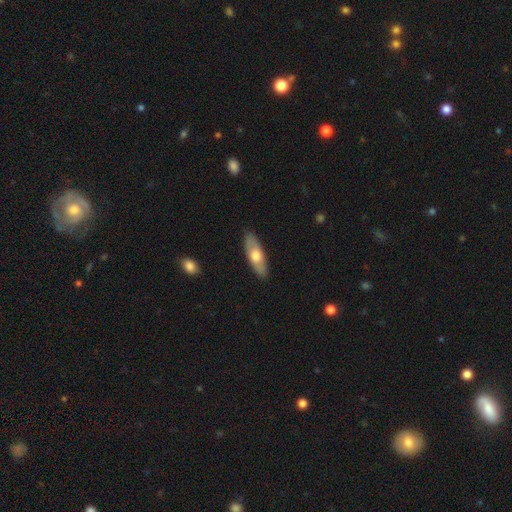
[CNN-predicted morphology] This appears to be a smooth galaxy with no disk features (60%) that is in between round and cigar-shaped (63%). Merging: none (88%).